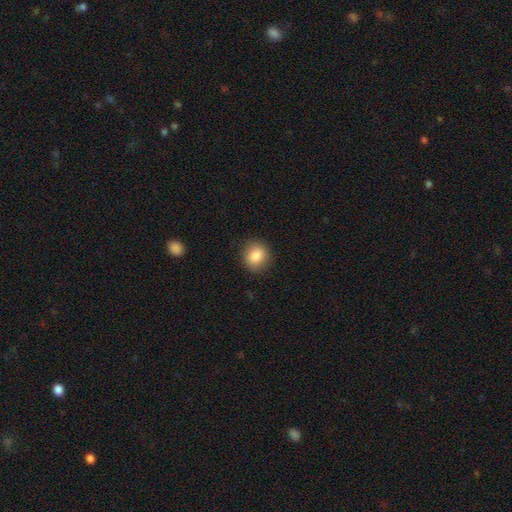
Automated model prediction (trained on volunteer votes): smooth 85%, star or artifact 9%, featured or disk 6%. Down the decision tree: how rounded — round (81%); merging — none (88%).